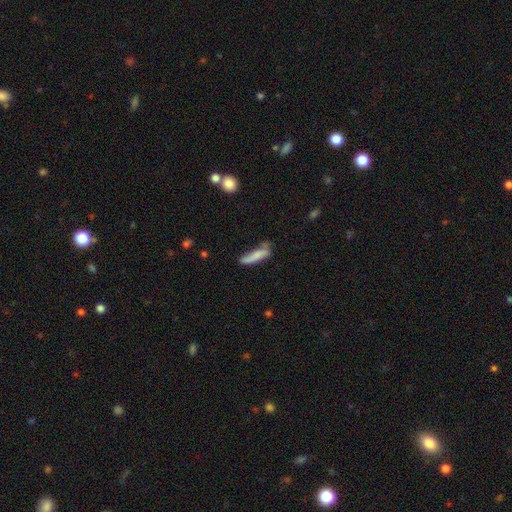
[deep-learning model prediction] smooth_or_featured: smooth (p=0.73) [alt: featured or disk p=0.20]
how_rounded: cigar-shaped (p=0.74) [alt: in between p=0.24]
merging: none (p=0.48) [alt: minor disturbance p=0.33]